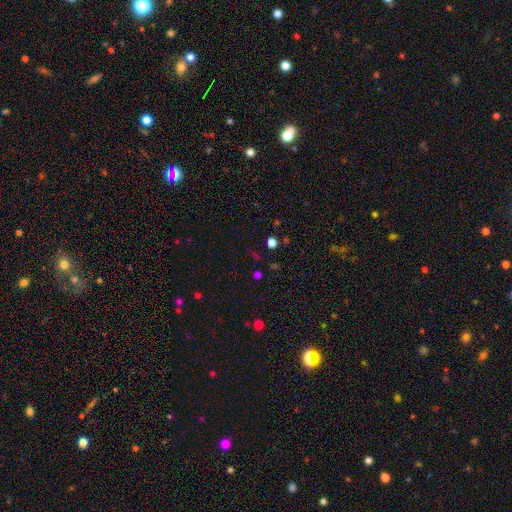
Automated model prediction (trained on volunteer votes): Smooth or featured? star or artifact (48%)